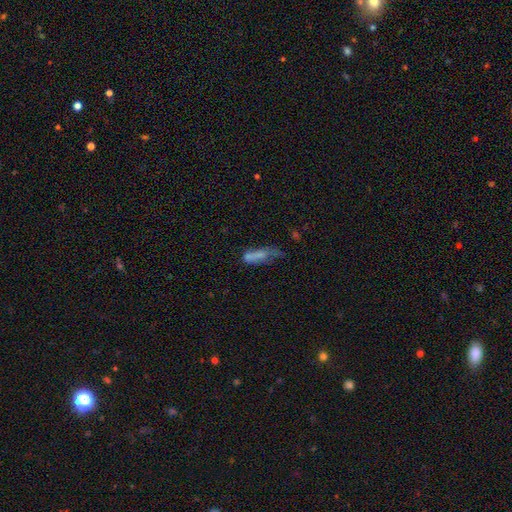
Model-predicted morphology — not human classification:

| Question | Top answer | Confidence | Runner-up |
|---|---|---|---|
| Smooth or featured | smooth | 62% | featured or disk (25%) |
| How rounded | in between | 51% | cigar-shaped (46%) |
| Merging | none | 28% | major disturbance (27%) |